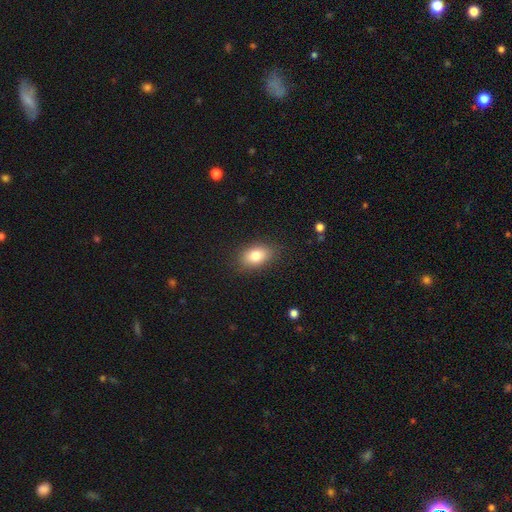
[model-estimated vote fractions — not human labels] Smooth or featured? Predicted: smooth (p=0.81). How rounded? Predicted: in between (p=0.85). Merging? Predicted: none (p=0.84).